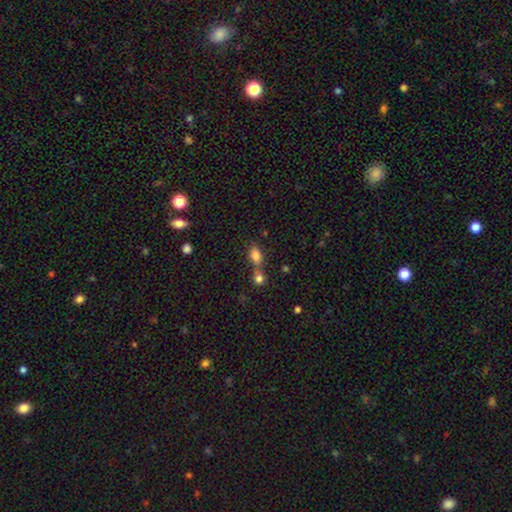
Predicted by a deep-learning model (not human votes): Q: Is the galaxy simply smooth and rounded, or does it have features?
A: smooth — 80%.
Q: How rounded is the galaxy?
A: in between — 80%.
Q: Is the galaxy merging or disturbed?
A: none — 47%.